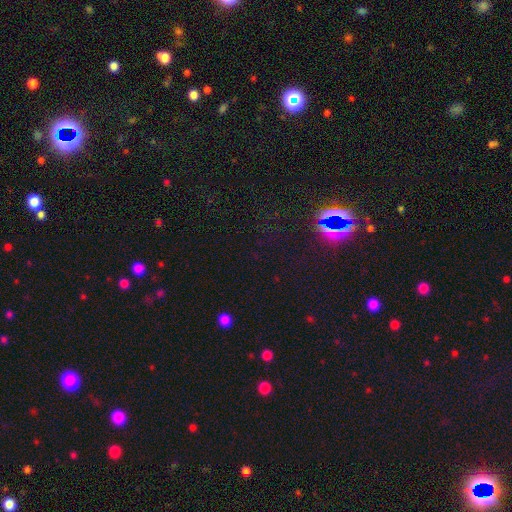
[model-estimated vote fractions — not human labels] Overall: star or artifact (71%).